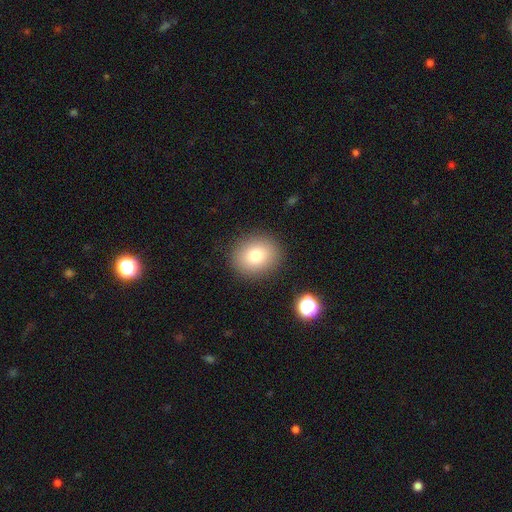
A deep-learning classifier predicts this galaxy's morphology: A smooth galaxy with no disk features (79%) that is round (70%).

Vote fractions:
- Smooth or featured? smooth: 79% / star or artifact: 11% / featured or disk: 10%
- How rounded? round: 70% / in between: 30% / cigar-shaped: 1%
- Merging? none: 89% / minor disturbance: 7% / major disturbance: 3% / merger: 1%